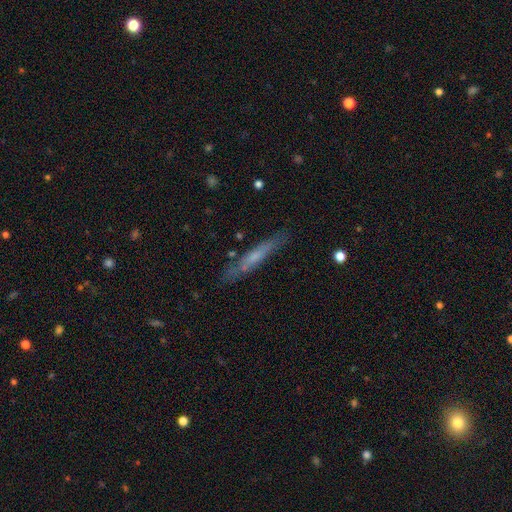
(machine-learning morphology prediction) type=smooth (50%); roundness=cigar-shaped (93%); merging=none (79%).